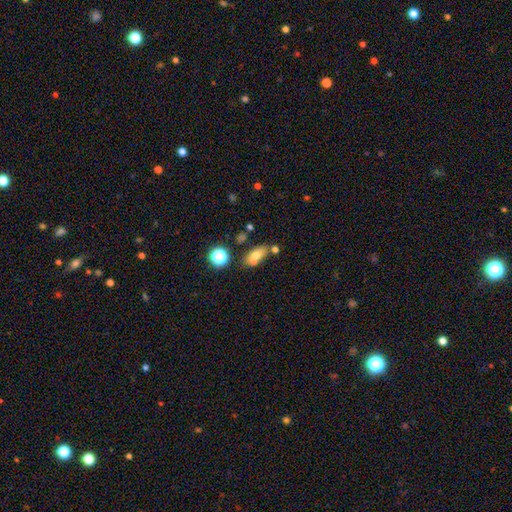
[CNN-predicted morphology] type=smooth (68%); roundness=in between (77%); merging=none (62%).